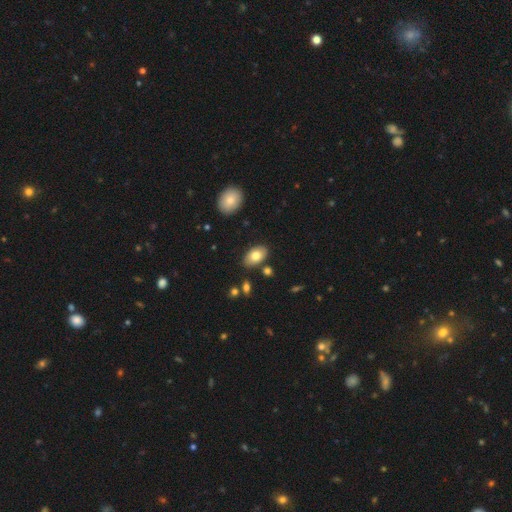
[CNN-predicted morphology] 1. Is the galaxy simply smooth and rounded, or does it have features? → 77% smooth, 16% featured or disk, 7% star or artifact.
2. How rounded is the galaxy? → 93% in between, 6% round, 1% cigar-shaped.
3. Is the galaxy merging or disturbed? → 83% none, 11% minor disturbance, 4% merger, 2% major disturbance.